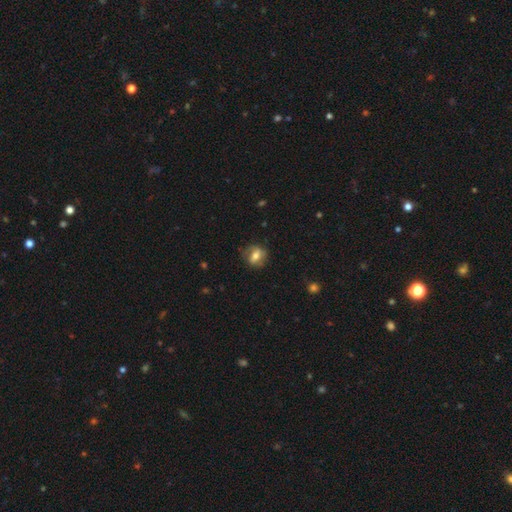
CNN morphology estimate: smooth-or-featured: smooth: 56% | featured or disk: 36% | star or artifact: 9%
  how-rounded: round: 53% | in between: 45% | cigar-shaped: 2%
  merging: none: 74% | minor disturbance: 18% | major disturbance: 7% | merger: 1%